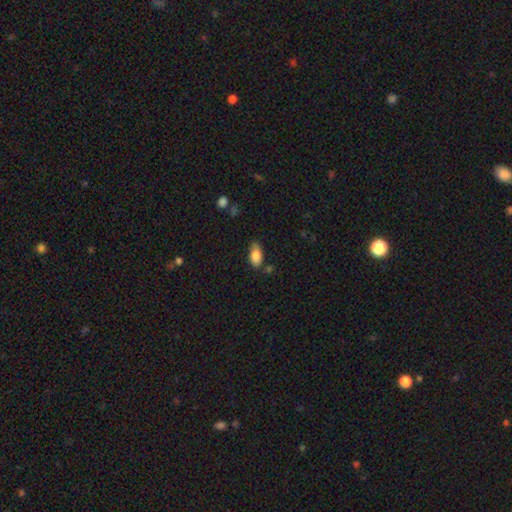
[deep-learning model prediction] Smooth or featured: smooth — 84% (featured or disk — 8%)
How rounded: in between — 90% (cigar-shaped — 6%)
Merging: none — 65% (minor disturbance — 26%)